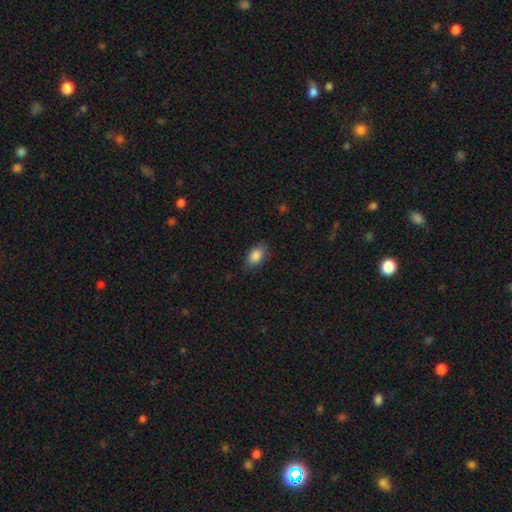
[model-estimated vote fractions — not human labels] Morphology: type=smooth (87%); roundness=in between (88%); merging=none (81%).